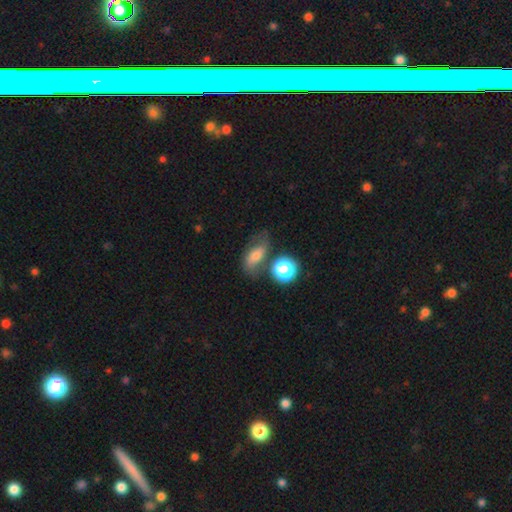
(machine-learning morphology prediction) smooth 53%, featured or disk 32%, star or artifact 15%. Down the decision tree: how rounded — in between (72%); merging — none (53%).